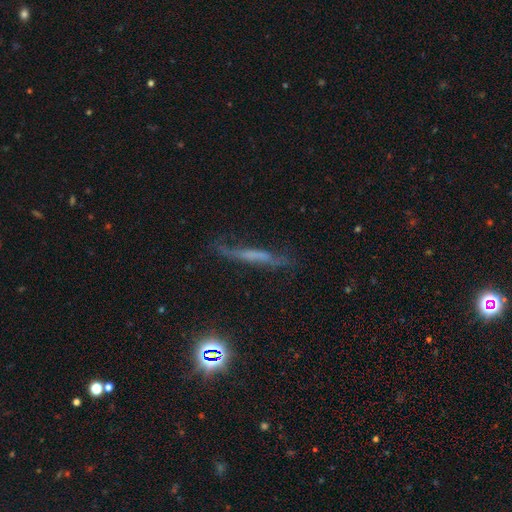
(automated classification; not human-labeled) Overall: featured or disk (52%; smooth 30%). Edge-on disk: yes (70%). Merging: none (62%; minor disturbance 23%).